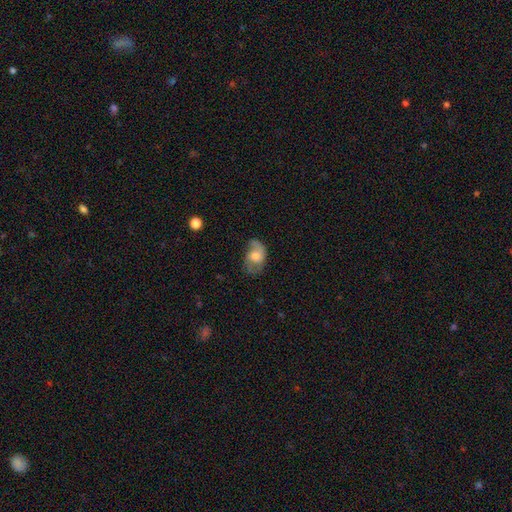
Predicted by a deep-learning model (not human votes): smooth-or-featured: featured or disk: 56% | smooth: 37% | star or artifact: 8%
  disk-edge-on: no: 96% | yes: 4%
    bar: no: 62% | weak: 33% | strong: 6%
    has-spiral-arms: yes: 83% | no: 17%
    bulge-size: moderate: 46% | large: 26% | small: 19% | none: 8% | dominant: 3%
  merging: none: 57% | minor disturbance: 25% | major disturbance: 15% | merger: 2%